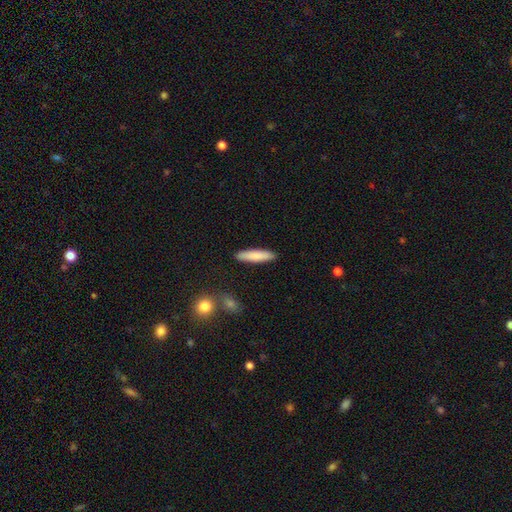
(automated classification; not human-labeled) Smooth or featured?
  - smooth: 83% *
  - featured or disk: 11%
  - star or artifact: 6%
How rounded?
  - cigar-shaped: 81% *
  - in between: 18%
  - round: 1%
Merging?
  - none: 90% *
  - minor disturbance: 7%
  - major disturbance: 2%
  - merger: 2%